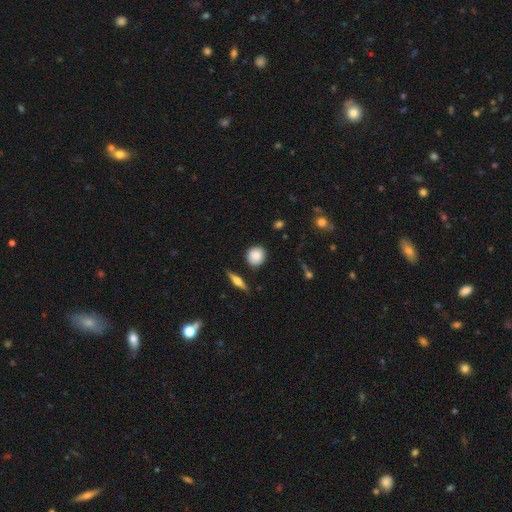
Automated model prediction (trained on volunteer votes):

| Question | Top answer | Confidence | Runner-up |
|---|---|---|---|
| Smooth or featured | smooth | 83% | featured or disk (10%) |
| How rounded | round | 85% | in between (13%) |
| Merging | none | 87% | minor disturbance (9%) |